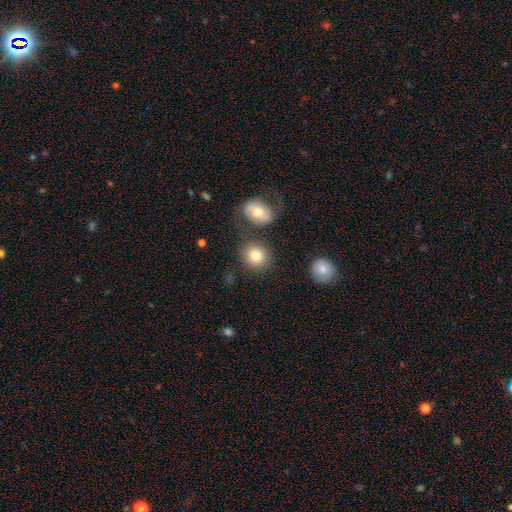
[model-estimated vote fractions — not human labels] A smooth galaxy with no disk features (82%) that is round (79%). Merging: none (73%).